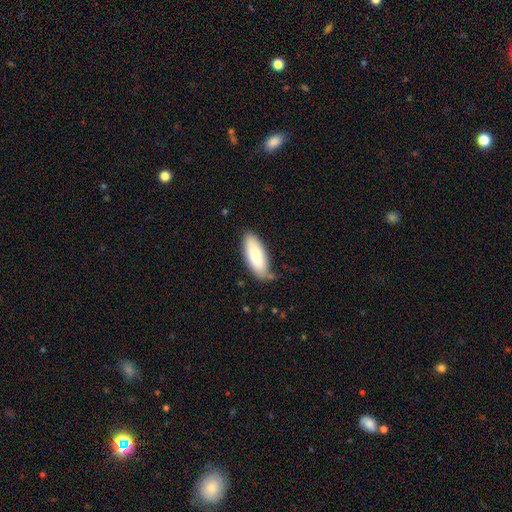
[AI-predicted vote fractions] This is likely a smooth galaxy (77%). How rounded: likely in between (75%). Merging: likely none (74%).